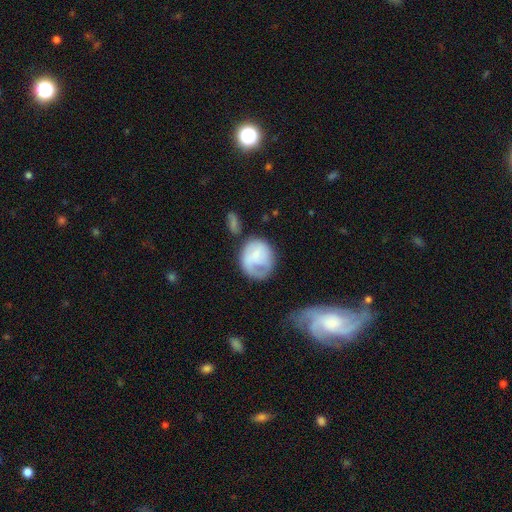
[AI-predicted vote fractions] Smooth or featured?
  - smooth: 56% *
  - featured or disk: 38%
  - star or artifact: 7%
How rounded?
  - round: 68% *
  - in between: 31%
  - cigar-shaped: 1%
Merging?
  - none: 40% *
  - minor disturbance: 26%
  - major disturbance: 25%
  - merger: 8%